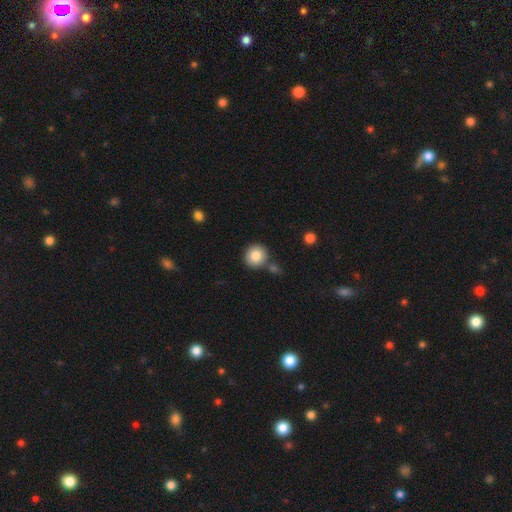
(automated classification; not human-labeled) smooth-or-featured: smooth: 83% | featured or disk: 9% | star or artifact: 8%
  how-rounded: round: 91% | in between: 8% | cigar-shaped: 1%
  merging: none: 76% | merger: 12% | minor disturbance: 9% | major disturbance: 3%